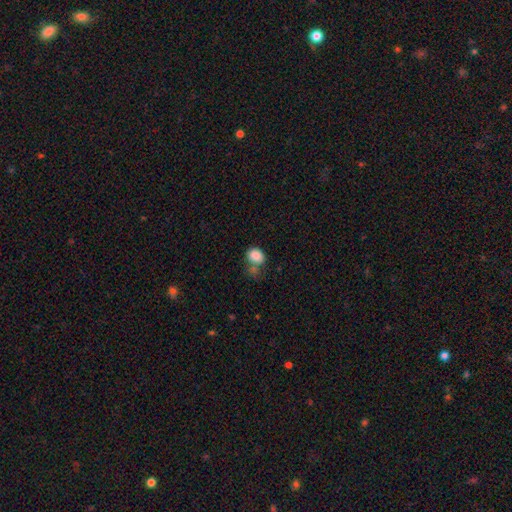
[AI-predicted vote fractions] Smooth or featured? Predicted: smooth (p=0.85). How rounded? Predicted: in between (p=0.55). Merging? Predicted: none (p=0.47).